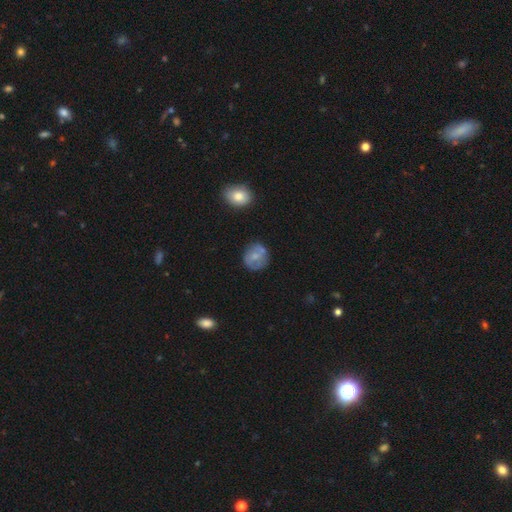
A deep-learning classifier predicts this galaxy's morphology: Smooth or featured?
  - smooth: 59% *
  - featured or disk: 33%
  - star or artifact: 8%
How rounded?
  - round: 78% *
  - in between: 21%
  - cigar-shaped: 1%
Merging?
  - none: 64% *
  - minor disturbance: 22%
  - merger: 7%
  - major disturbance: 7%